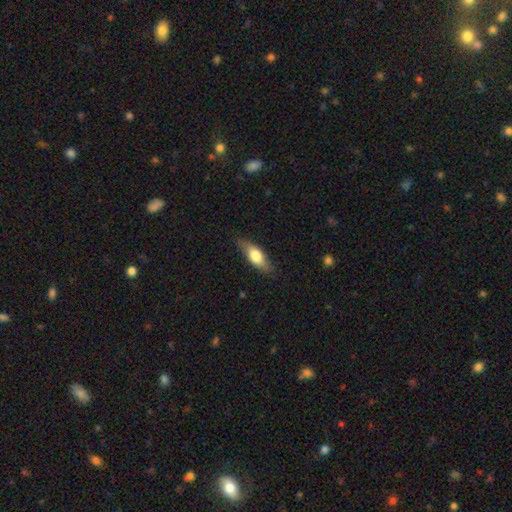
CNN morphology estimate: This is likely a smooth galaxy (65%). How rounded: likely in between (67%). Merging: clearly none (81%).